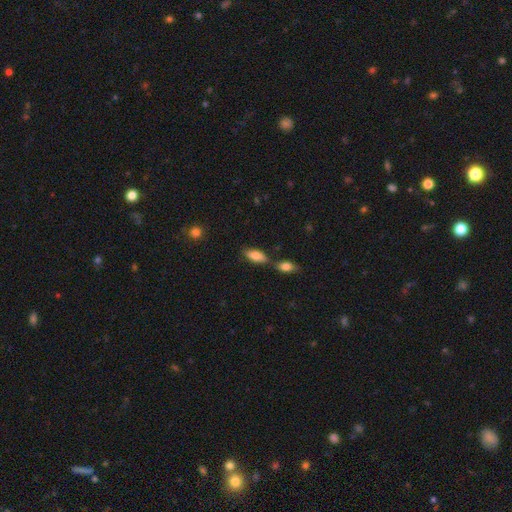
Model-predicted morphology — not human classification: type=smooth (80%); roundness=in between (83%); merging=none (61%).